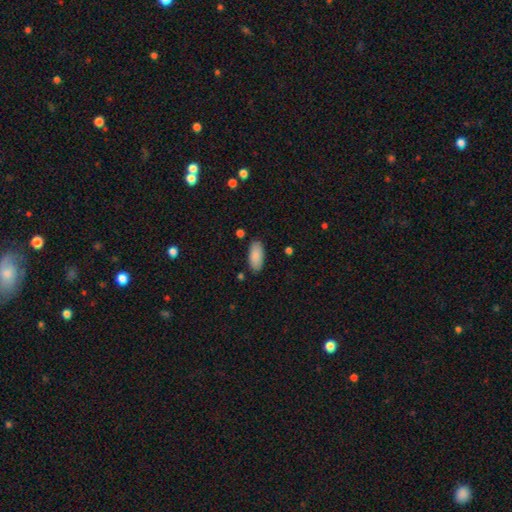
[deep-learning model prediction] Smooth or featured: smooth — 87% (featured or disk — 7%)
How rounded: in between — 90% (cigar-shaped — 8%)
Merging: none — 84% (minor disturbance — 11%)